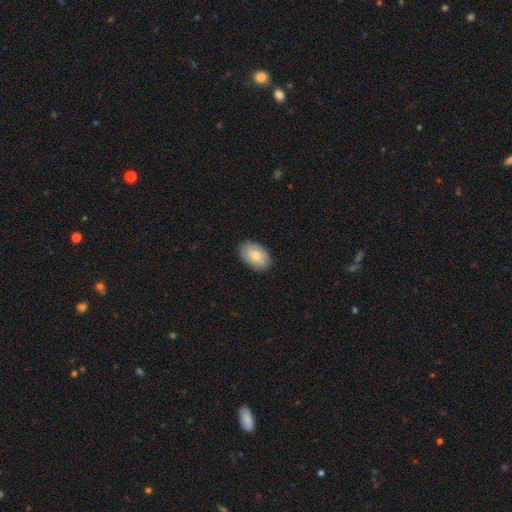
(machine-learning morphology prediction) smooth-or-featured: smooth: 74% | featured or disk: 20% | star or artifact: 6%
  how-rounded: in between: 89% | round: 10% | cigar-shaped: 1%
  merging: none: 84% | minor disturbance: 13% | major disturbance: 2% | merger: 1%